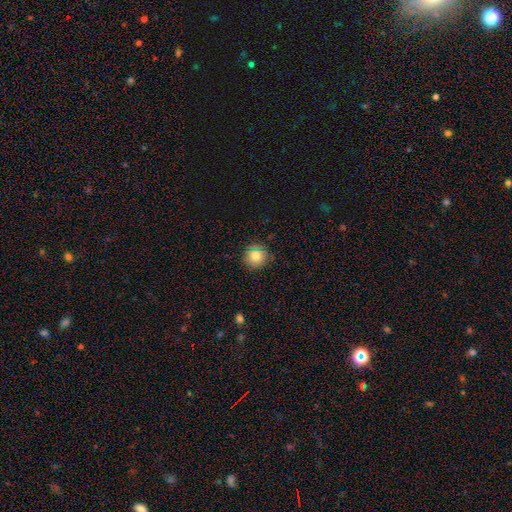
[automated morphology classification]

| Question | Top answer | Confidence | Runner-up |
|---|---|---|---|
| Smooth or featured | smooth | 78% | star or artifact (14%) |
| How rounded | round | 92% | in between (7%) |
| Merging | none | 87% | minor disturbance (10%) |